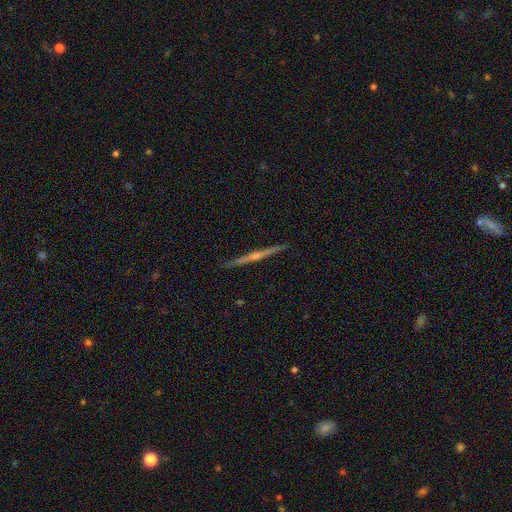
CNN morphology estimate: Smooth or featured? Predicted: featured or disk (p=0.71). Edge-on disk? Predicted: yes (p=0.96). Edge-on bulge? Predicted: rounded (p=0.62). Merging? Predicted: none (p=0.90).